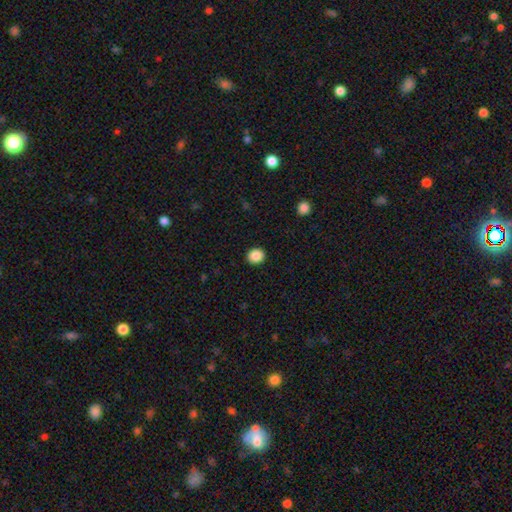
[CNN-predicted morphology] The model was most divided on "how rounded": round: 80%, in between: 19%, cigar-shaped: 1%. More confident: merging — none (92%); smooth or featured — smooth (88%).